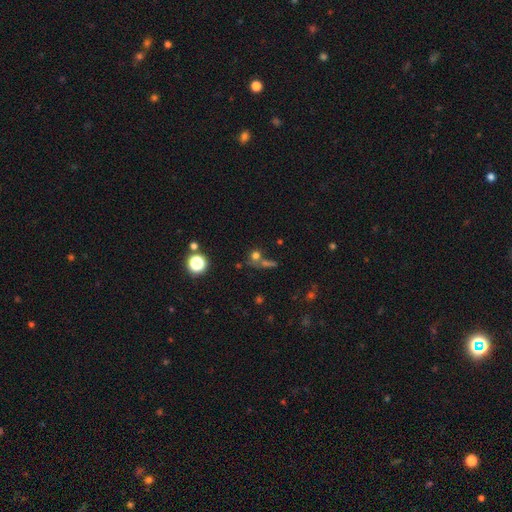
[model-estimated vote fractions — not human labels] This is likely a smooth galaxy (64%). How rounded: clearly round (86%). Merging: possibly none (54%).